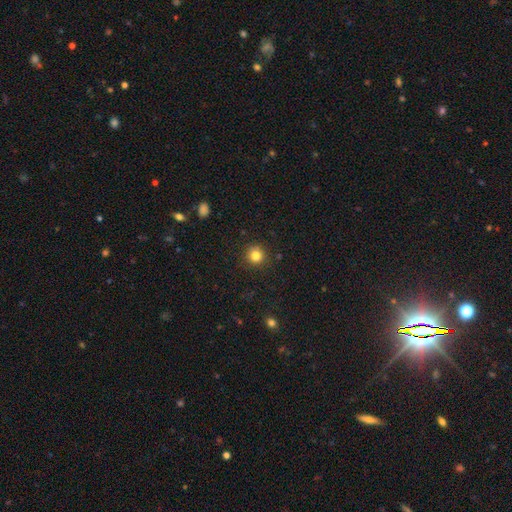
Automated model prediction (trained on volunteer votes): A smooth galaxy with no disk features (82%) that is round (94%). Merging: none (90%).